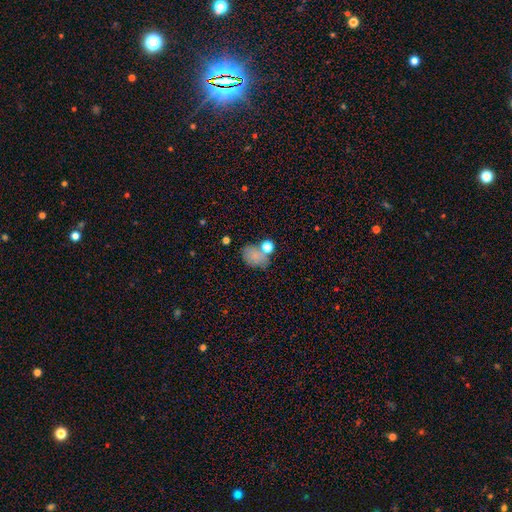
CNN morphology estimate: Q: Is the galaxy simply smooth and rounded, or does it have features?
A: smooth — 75%.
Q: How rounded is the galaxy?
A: in between — 58%.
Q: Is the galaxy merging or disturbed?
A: none — 54%.